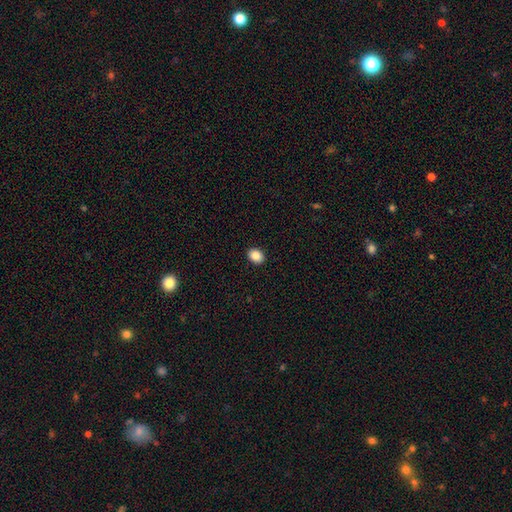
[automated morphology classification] Smooth or featured? Predicted: smooth (p=0.88). How rounded? Predicted: in between (p=0.63). Merging? Predicted: none (p=0.92).